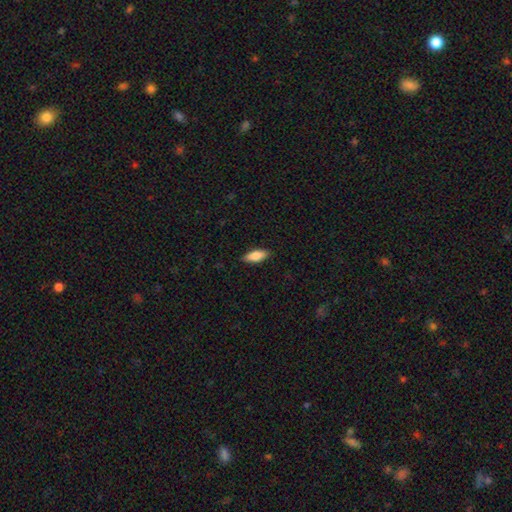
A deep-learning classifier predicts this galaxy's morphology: This appears to be a smooth galaxy with no disk features (83%) that is in between round and cigar-shaped (74%). Merging: none (89%).